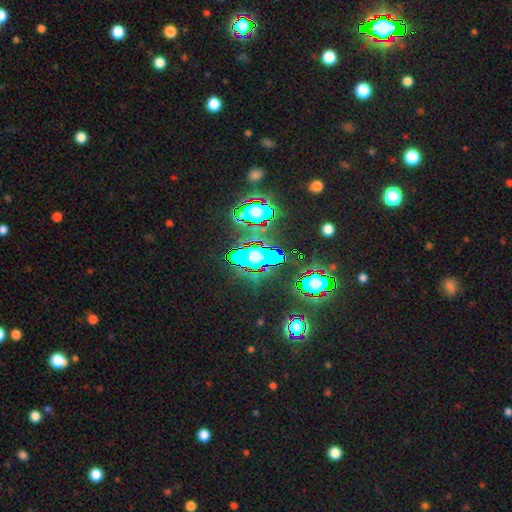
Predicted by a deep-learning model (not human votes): This appears to be a star or artifact, not a galaxy (62%).